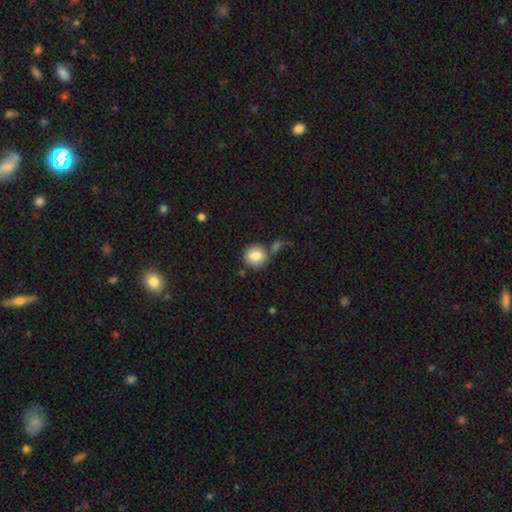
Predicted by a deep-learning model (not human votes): A smooth galaxy with no disk features (82%) that is round (89%). Merging: none (70%).